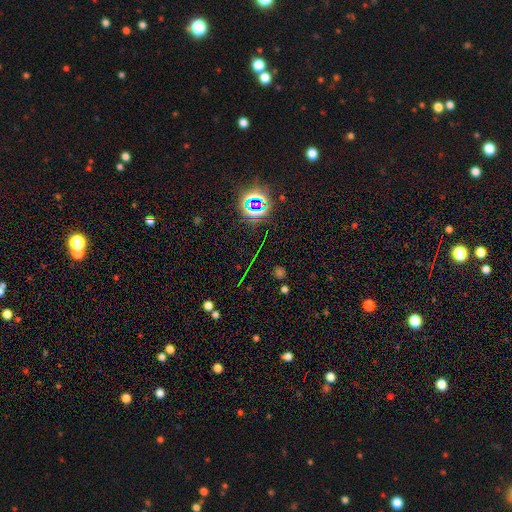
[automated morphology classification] Smooth or featured?
  - star or artifact: 77% *
  - smooth: 14%
  - featured or disk: 9%